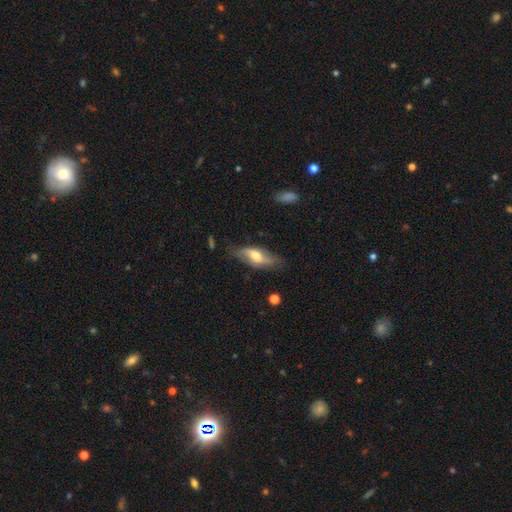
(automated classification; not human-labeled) The model was most divided on "smooth or featured": featured or disk: 48%, smooth: 46%, star or artifact: 6%. More confident: merging — none (68%).